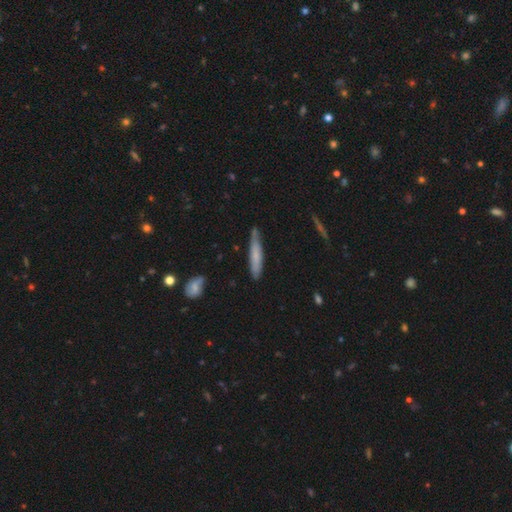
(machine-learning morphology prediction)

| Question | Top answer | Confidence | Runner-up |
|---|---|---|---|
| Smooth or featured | smooth | 66% | featured or disk (28%) |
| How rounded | cigar-shaped | 91% | in between (8%) |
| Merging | none | 74% | minor disturbance (20%) |